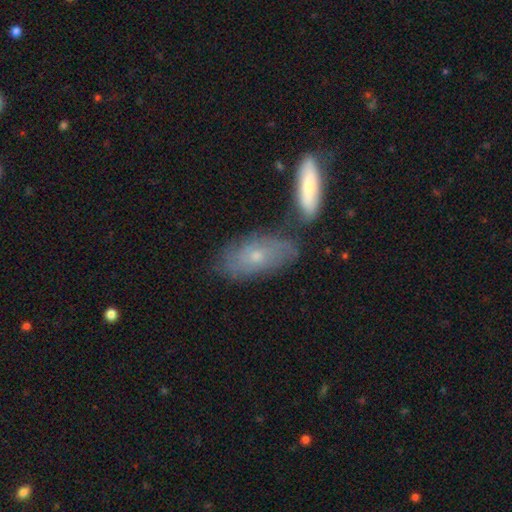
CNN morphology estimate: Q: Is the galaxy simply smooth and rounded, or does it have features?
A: smooth — 47%.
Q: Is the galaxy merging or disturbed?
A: none — 59%.